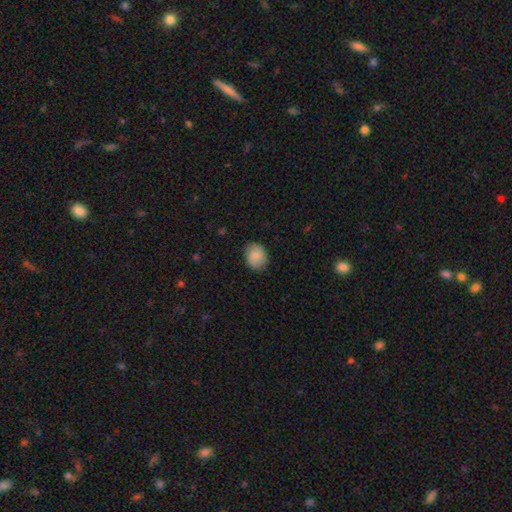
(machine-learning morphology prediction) smooth 67%, featured or disk 25%, star or artifact 8%. Down the decision tree: how rounded — round (54%); merging — none (82%).